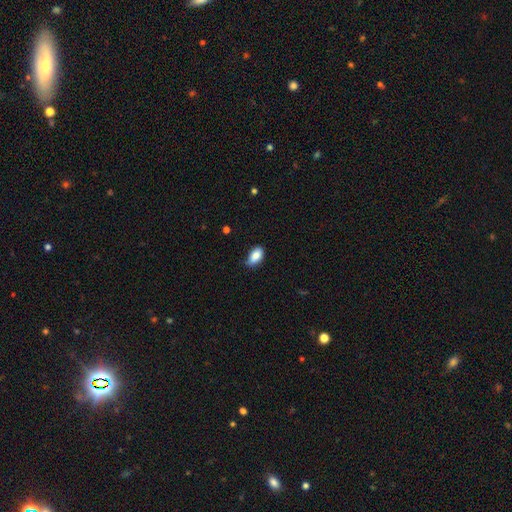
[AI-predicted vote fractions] Smooth or featured: smooth — 86% (star or artifact — 7%)
How rounded: in between — 92% (round — 4%)
Merging: none — 67% (minor disturbance — 27%)